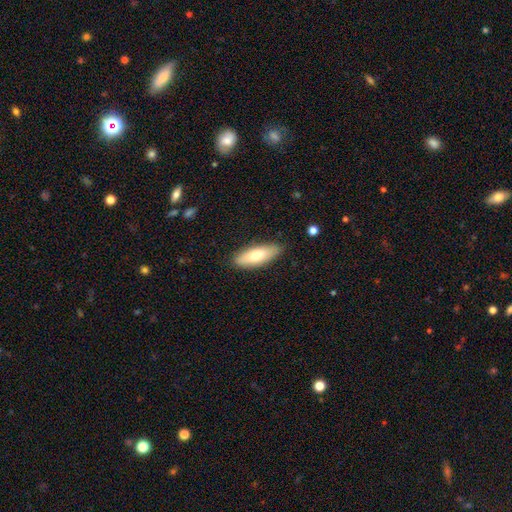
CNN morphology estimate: A smooth galaxy with no disk features (72%) that is in between round and cigar-shaped (66%). Merging: none (85%).